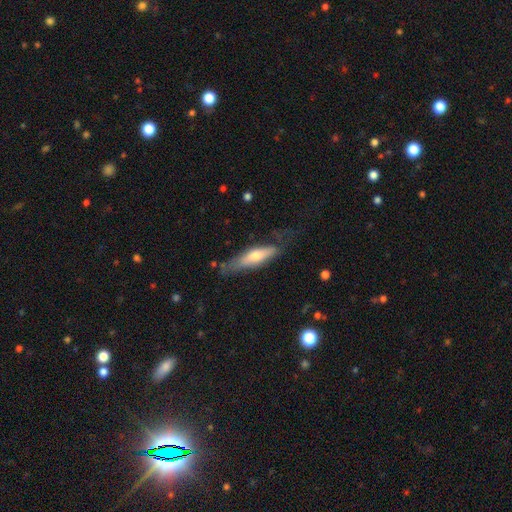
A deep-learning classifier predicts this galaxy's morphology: smooth_or_featured: smooth (p=0.52) [alt: featured or disk p=0.41]
how_rounded: cigar-shaped (p=0.66) [alt: in between p=0.32]
merging: none (p=0.56) [alt: minor disturbance p=0.27]